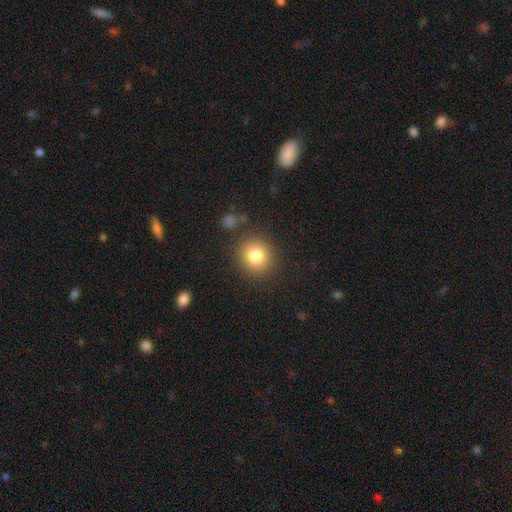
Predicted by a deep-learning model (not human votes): Smooth or featured?
  - smooth: 81% *
  - star or artifact: 11%
  - featured or disk: 8%
How rounded?
  - round: 87% *
  - in between: 12%
  - cigar-shaped: 1%
Merging?
  - none: 86% *
  - minor disturbance: 8%
  - major disturbance: 3%
  - merger: 2%